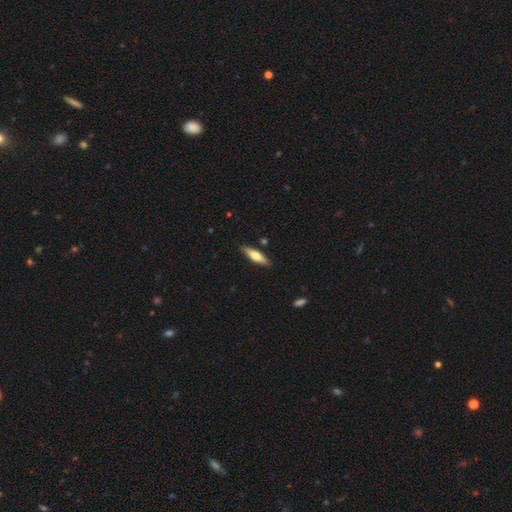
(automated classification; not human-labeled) Smooth or featured?
  - smooth: 57% *
  - featured or disk: 37%
  - star or artifact: 6%
How rounded?
  - cigar-shaped: 69% *
  - in between: 29%
  - round: 2%
Merging?
  - none: 88% *
  - minor disturbance: 9%
  - merger: 2%
  - major disturbance: 2%